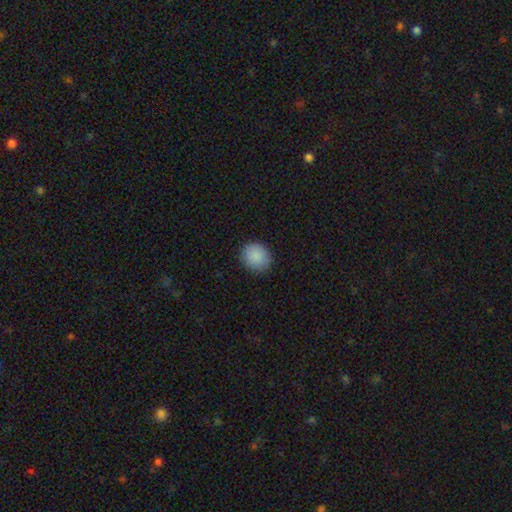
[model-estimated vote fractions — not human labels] Smooth or featured?
  - smooth: 89% *
  - star or artifact: 8%
  - featured or disk: 4%
How rounded?
  - round: 80% *
  - in between: 19%
  - cigar-shaped: 1%
Merging?
  - none: 88% *
  - minor disturbance: 9%
  - major disturbance: 2%
  - merger: 1%